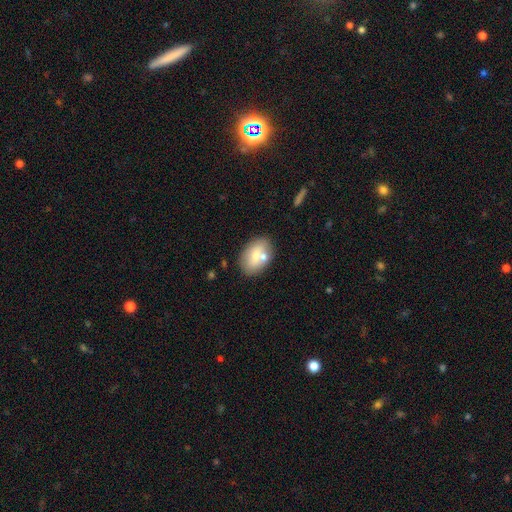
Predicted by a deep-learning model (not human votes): Morphology: type=smooth (69%); roundness=in between (87%); merging=none (65%).